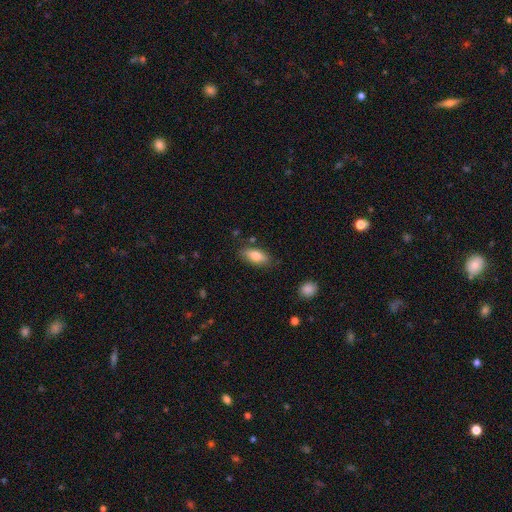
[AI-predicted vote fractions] Smooth or featured: smooth — 79% (featured or disk — 14%)
How rounded: in between — 84% (cigar-shaped — 13%)
Merging: none — 81% (minor disturbance — 14%)